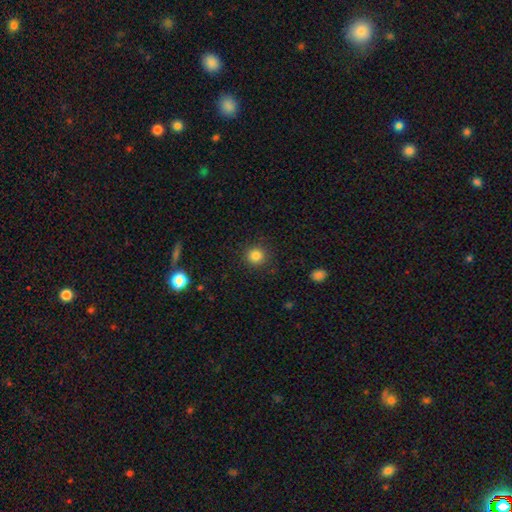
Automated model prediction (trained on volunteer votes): Morphology: type=smooth (84%); roundness=round (93%); merging=none (90%).